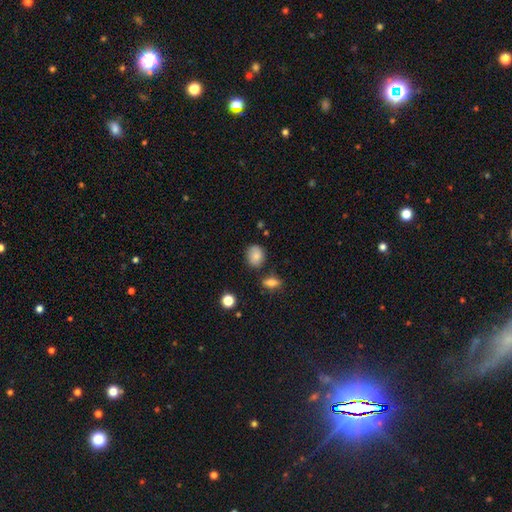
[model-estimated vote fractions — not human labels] Smooth or featured: smooth — 83% (star or artifact — 9%)
How rounded: round — 56% (in between — 42%)
Merging: none — 75% (minor disturbance — 16%)